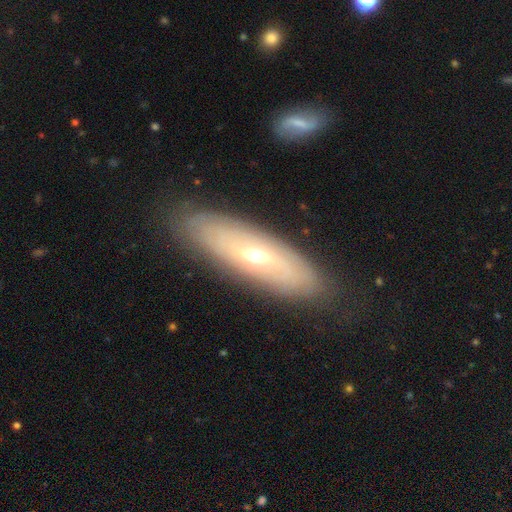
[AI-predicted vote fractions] This is likely a featured or disk galaxy (63%). It is likely not viewed edge-on (68%). Merging: clearly none (84%).